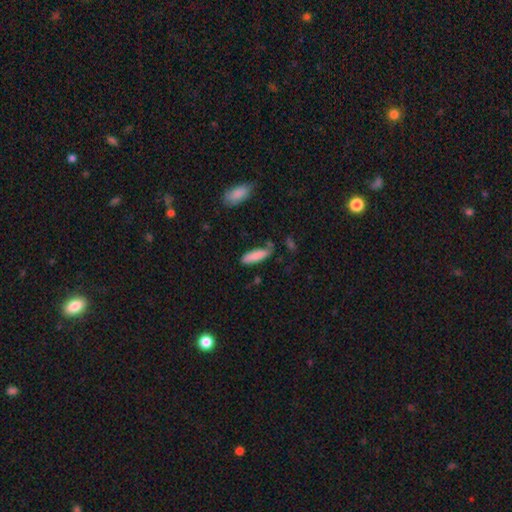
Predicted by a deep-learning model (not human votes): A smooth galaxy with no disk features (84%) that is cigar-shaped (57%).

Vote fractions:
- Smooth or featured? smooth: 84% / featured or disk: 9% / star or artifact: 6%
- How rounded? cigar-shaped: 57% / in between: 41% / round: 2%
- Merging? none: 65% / minor disturbance: 24% / major disturbance: 6% / merger: 5%